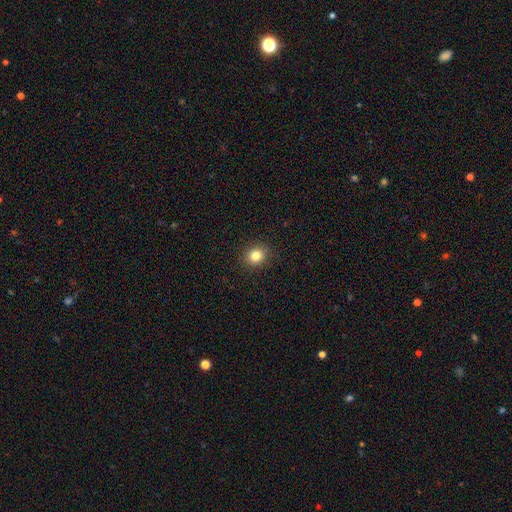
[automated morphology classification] A smooth galaxy with no disk features (82%) that is round (78%). Merging: none (91%).